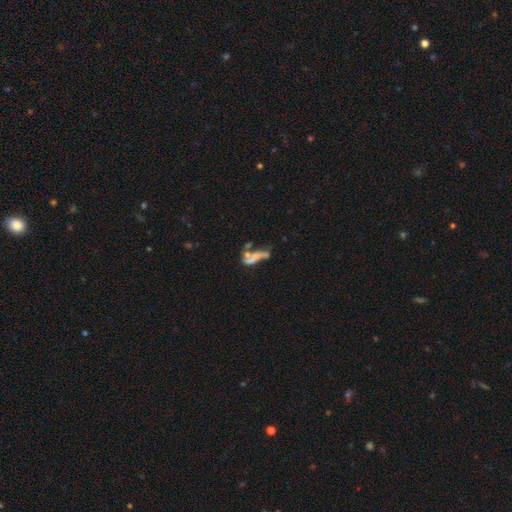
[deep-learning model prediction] Overall: featured or disk (44%; smooth 41%). Merging: merger (39%; major disturbance 27%).